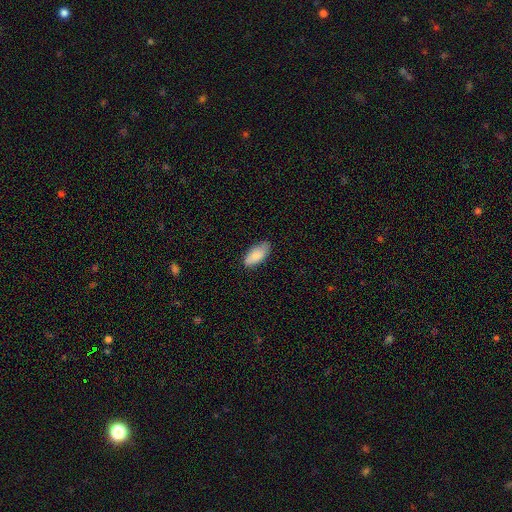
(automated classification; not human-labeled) This is clearly a smooth galaxy (83%). How rounded: clearly in between (90%). Merging: clearly none (80%).